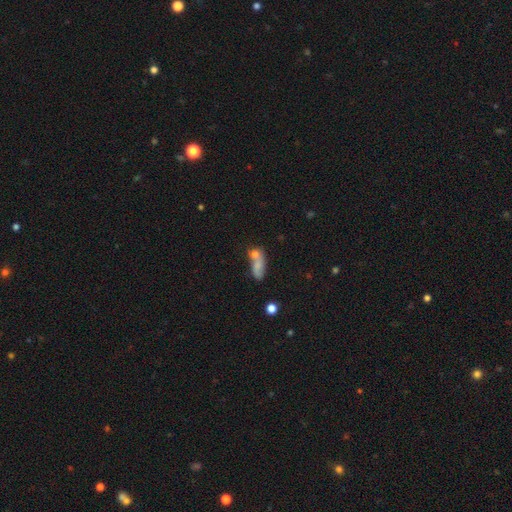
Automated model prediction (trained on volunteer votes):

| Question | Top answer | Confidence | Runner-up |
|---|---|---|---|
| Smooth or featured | smooth | 61% | featured or disk (26%) |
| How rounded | in between | 64% | cigar-shaped (21%) |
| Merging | merger | 47% | none (31%) |